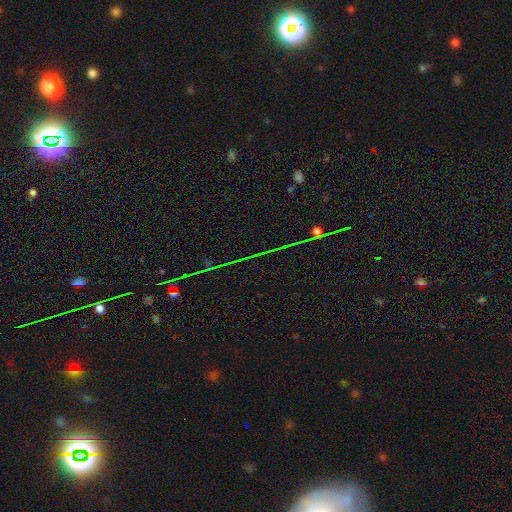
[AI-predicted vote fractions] Morphology: type=star or artifact (77%).